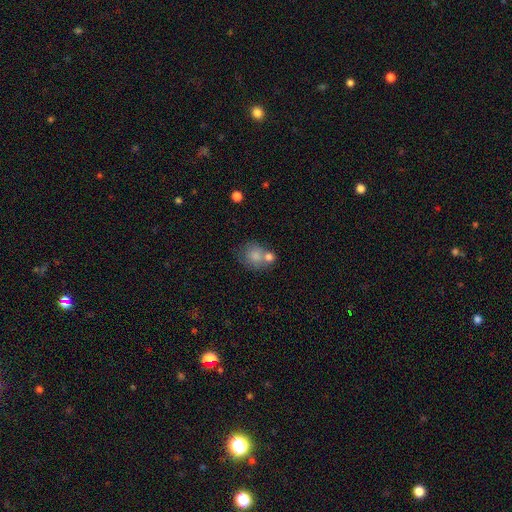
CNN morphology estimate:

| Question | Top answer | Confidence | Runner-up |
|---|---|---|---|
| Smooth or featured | smooth | 79% | featured or disk (12%) |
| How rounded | round | 71% | in between (28%) |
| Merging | none | 41% | merger (38%) |